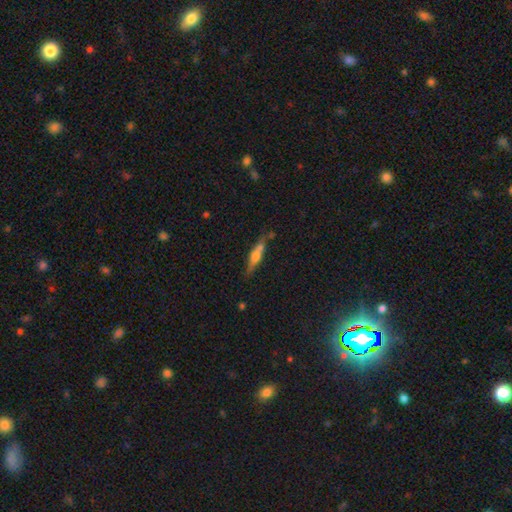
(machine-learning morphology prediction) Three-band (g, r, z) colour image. It shows a featured or disk galaxy (55%) viewed edge-on (91%) with a rounded central bulge (80%). Merging: none (68%).